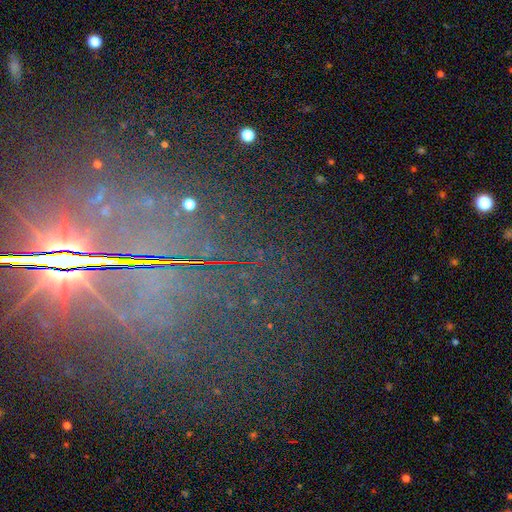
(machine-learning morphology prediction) The model was most divided on "smooth or featured": star or artifact: 76%, featured or disk: 14%, smooth: 10%.